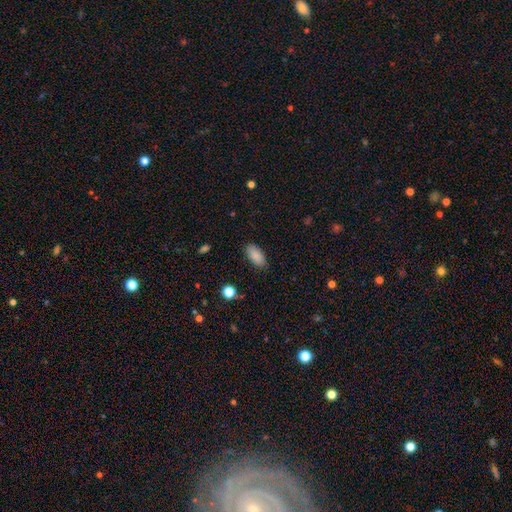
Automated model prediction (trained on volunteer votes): This appears to be a smooth galaxy with no disk features (87%) that is in between round and cigar-shaped (91%). Merging: none (86%).